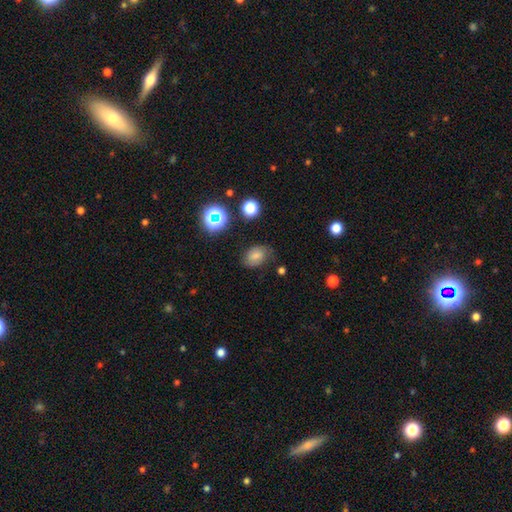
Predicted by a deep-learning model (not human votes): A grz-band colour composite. It shows a smooth galaxy with no disk features (69%) that is in between round and cigar-shaped (73%). Merging: none (70%).